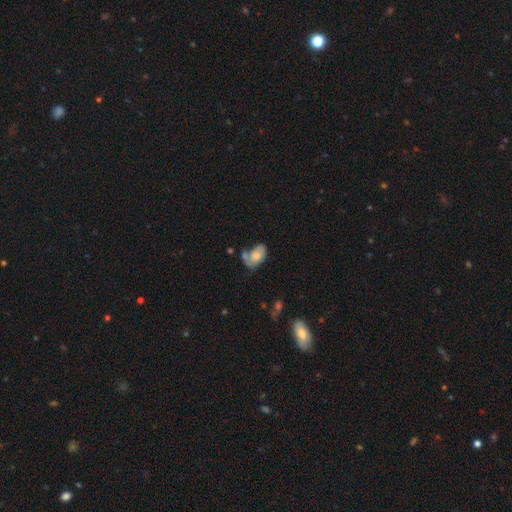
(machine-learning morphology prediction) Q: Smooth or featured?
A: smooth (58%); runner-up: featured or disk (34%)
Q: How rounded?
A: in between (88%); runner-up: round (10%)
Q: Merging?
A: none (35%); runner-up: minor disturbance (26%)